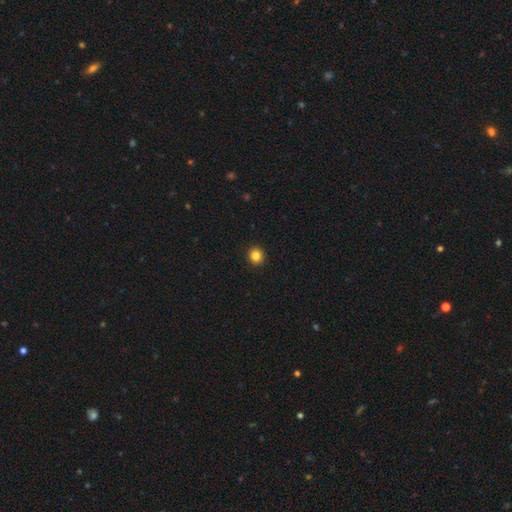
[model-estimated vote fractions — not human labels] Smooth or featured? smooth (85%)
How rounded? round (90%)
Merging? none (93%)